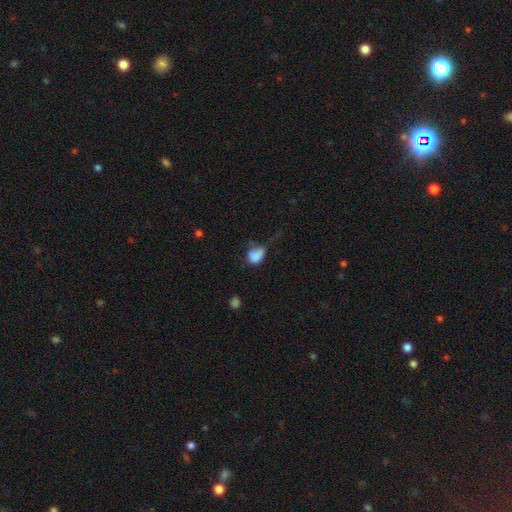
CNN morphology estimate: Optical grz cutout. It shows a smooth galaxy with no disk features (79%) that is in between round and cigar-shaped (66%). Merging: major disturbance (34%).